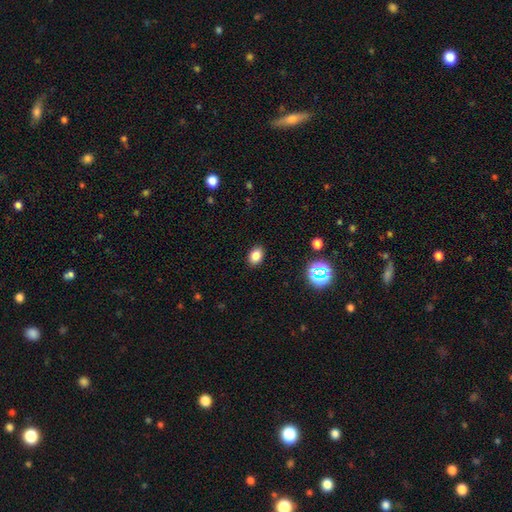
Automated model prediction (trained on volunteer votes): smooth-or-featured: smooth: 82% | star or artifact: 12% | featured or disk: 6%
  how-rounded: in between: 76% | round: 23% | cigar-shaped: 1%
  merging: none: 89% | minor disturbance: 8% | major disturbance: 2% | merger: 1%